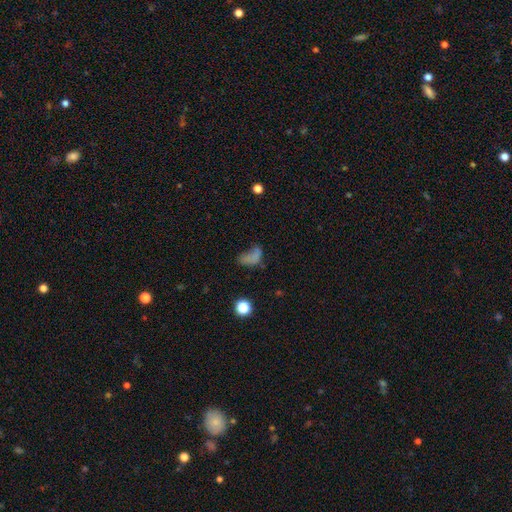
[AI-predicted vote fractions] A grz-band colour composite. It shows a smooth galaxy with no disk features (55%) that is in between round and cigar-shaped (78%). Merging: none (36%).